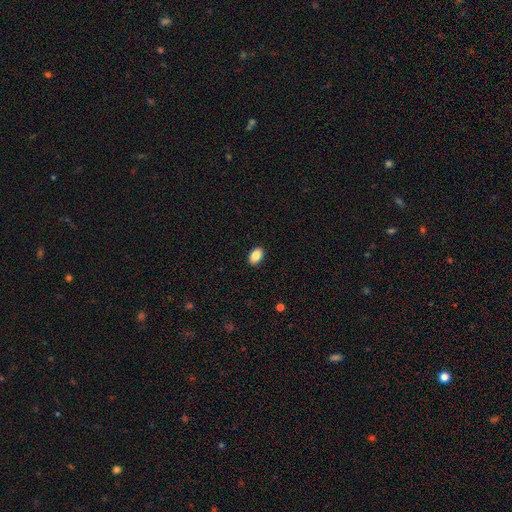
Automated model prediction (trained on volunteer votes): The model was most divided on "how rounded": in between: 88%, round: 11%, cigar-shaped: 1%. More confident: merging — none (91%); smooth or featured — smooth (88%).